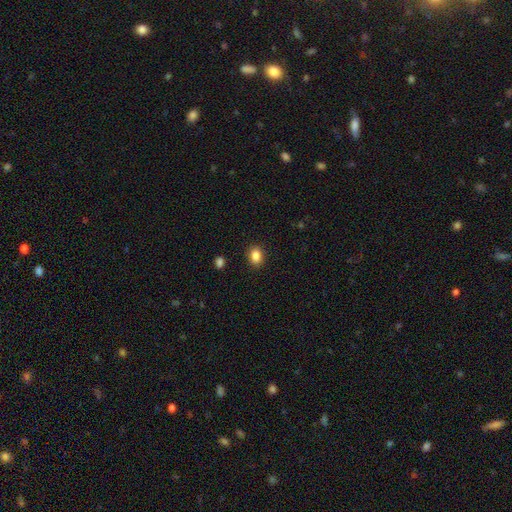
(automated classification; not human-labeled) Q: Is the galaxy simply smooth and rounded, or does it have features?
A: smooth — 86%.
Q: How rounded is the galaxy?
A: in between — 63%.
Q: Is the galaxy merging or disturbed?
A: none — 89%.